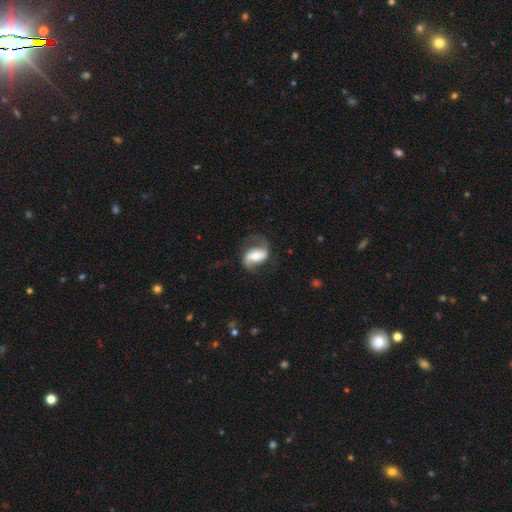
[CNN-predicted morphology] Q: Smooth or featured?
A: featured or disk (77%); runner-up: smooth (18%)
Q: Edge-on disk?
A: no (95%); runner-up: yes (5%)
Q: Bar?
A: strong (43%); runner-up: weak (32%)
Q: Spiral arms?
A: yes (91%); runner-up: no (9%)
Q: Spiral winding?
A: loose (54%); runner-up: medium (34%)
Q: Spiral arm count?
A: 2 (88%); runner-up: 1 (5%)
Q: Bulge size?
A: moderate (56%); runner-up: small (26%)
Q: Merging?
A: none (68%); runner-up: minor disturbance (18%)